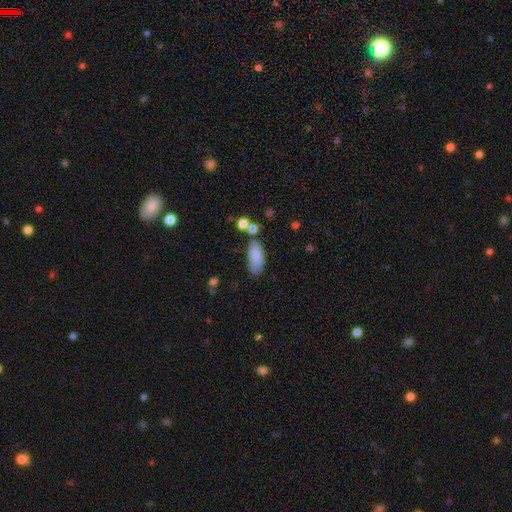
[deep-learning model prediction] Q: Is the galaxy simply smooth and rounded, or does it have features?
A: smooth — 83%.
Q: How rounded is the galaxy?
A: in between — 82%.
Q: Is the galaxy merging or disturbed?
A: none — 65%.